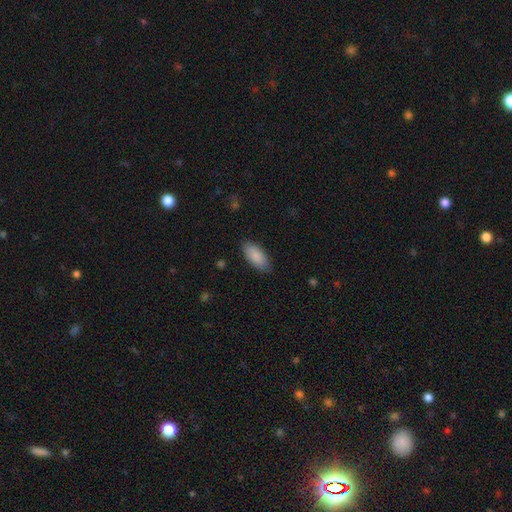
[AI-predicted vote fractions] This appears to be a smooth galaxy with no disk features (89%) that is in between round and cigar-shaped (89%). Merging: none (85%).